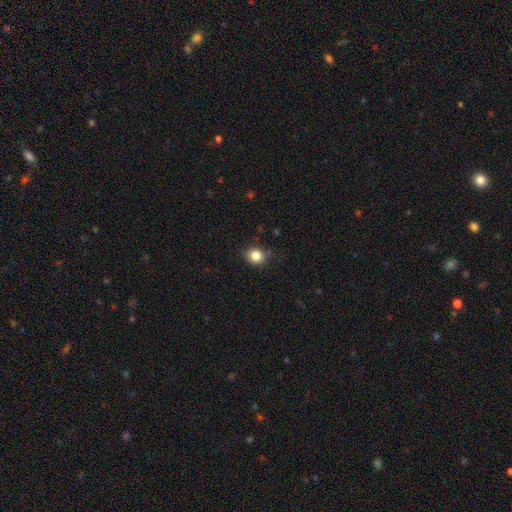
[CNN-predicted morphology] Smooth or featured? smooth (84%)
How rounded? round (81%)
Merging? none (84%)